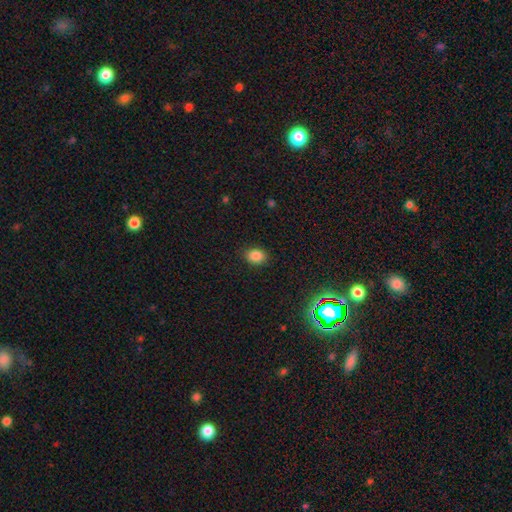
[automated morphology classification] The model was most divided on "how rounded": in between: 61%, round: 38%, cigar-shaped: 1%. More confident: merging — none (87%); smooth or featured — smooth (85%).